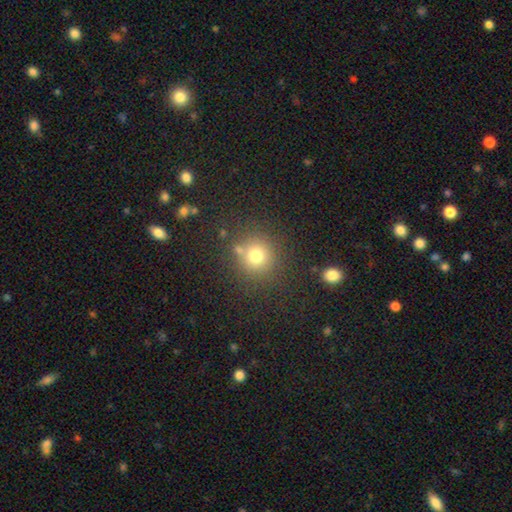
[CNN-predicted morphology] A smooth galaxy with no disk features (75%) that is round (90%). Merging: none (79%).